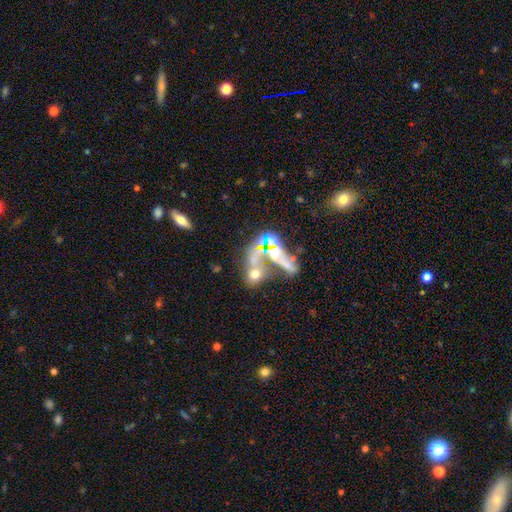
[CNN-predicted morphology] Q: Smooth or featured?
A: smooth (38%); runner-up: featured or disk (35%)
Q: Merging?
A: merger (54%); runner-up: none (19%)